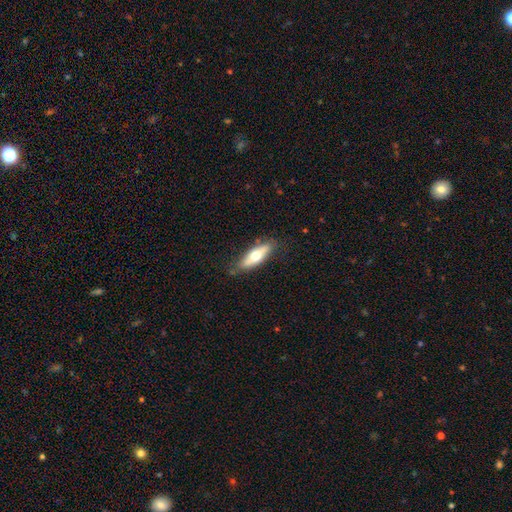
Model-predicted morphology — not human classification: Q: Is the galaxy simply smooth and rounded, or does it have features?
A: smooth — 57%.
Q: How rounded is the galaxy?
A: in between — 52%.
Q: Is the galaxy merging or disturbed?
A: none — 79%.